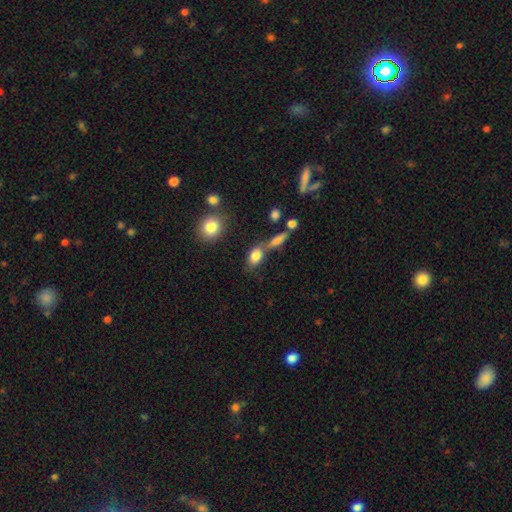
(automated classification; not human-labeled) smooth 81%, featured or disk 9%, star or artifact 9%. Down the decision tree: how rounded — in between (78%); merging — none (49%).